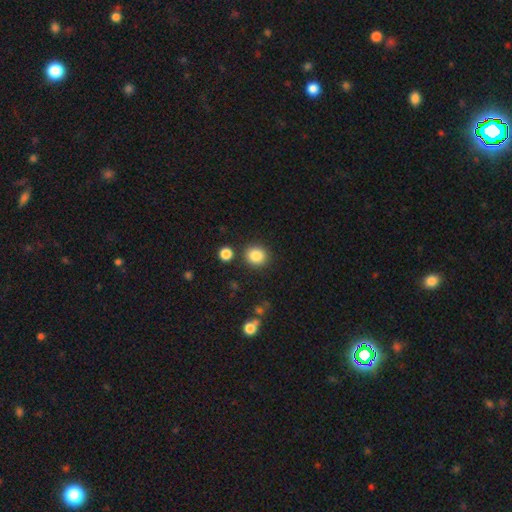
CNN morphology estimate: A smooth galaxy with no disk features (86%) that is round (84%).

Vote fractions:
- Smooth or featured? smooth: 86% / star or artifact: 10% / featured or disk: 4%
- How rounded? round: 84% / in between: 15% / cigar-shaped: 1%
- Merging? none: 86% / minor disturbance: 7% / merger: 4% / major disturbance: 3%